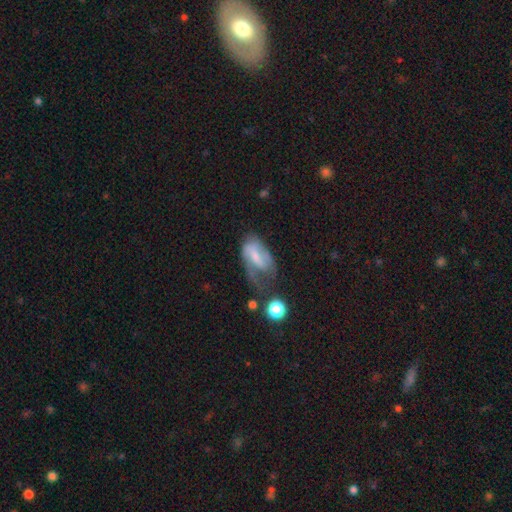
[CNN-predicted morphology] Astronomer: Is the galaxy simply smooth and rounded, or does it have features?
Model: featured or disk — 49% (runner-up: smooth, 43%).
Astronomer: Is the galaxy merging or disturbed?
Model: major disturbance — 41% (runner-up: minor disturbance, 28%).